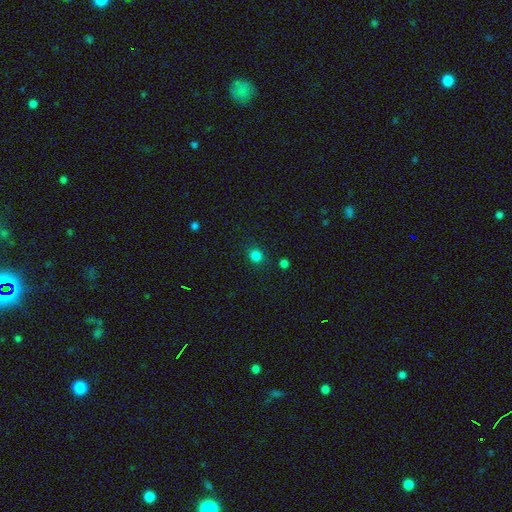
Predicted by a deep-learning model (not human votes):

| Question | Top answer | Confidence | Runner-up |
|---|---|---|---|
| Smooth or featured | smooth | 82% | star or artifact (15%) |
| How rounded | round | 83% | in between (16%) |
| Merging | none | 87% | minor disturbance (8%) |